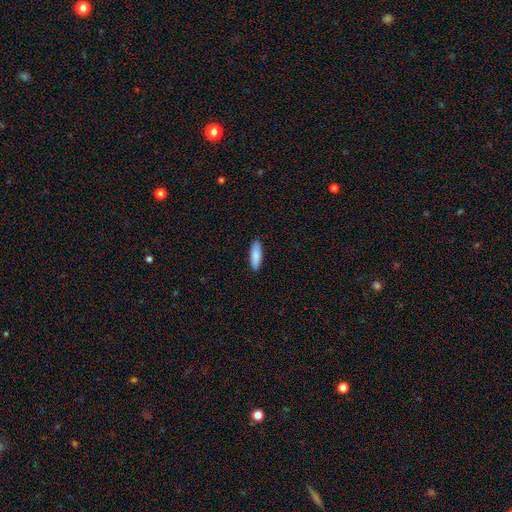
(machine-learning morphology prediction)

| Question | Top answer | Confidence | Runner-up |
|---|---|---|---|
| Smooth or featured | smooth | 86% | featured or disk (8%) |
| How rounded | in between | 60% | cigar-shaped (38%) |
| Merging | none | 89% | minor disturbance (8%) |